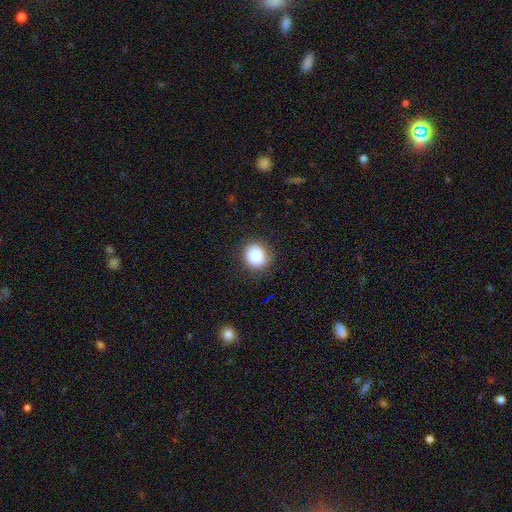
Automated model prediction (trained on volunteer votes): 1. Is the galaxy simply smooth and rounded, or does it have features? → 87% smooth, 8% star or artifact, 5% featured or disk.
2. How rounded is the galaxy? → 77% round, 22% in between, 1% cigar-shaped.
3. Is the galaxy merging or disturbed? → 85% none, 11% minor disturbance, 4% major disturbance, 1% merger.